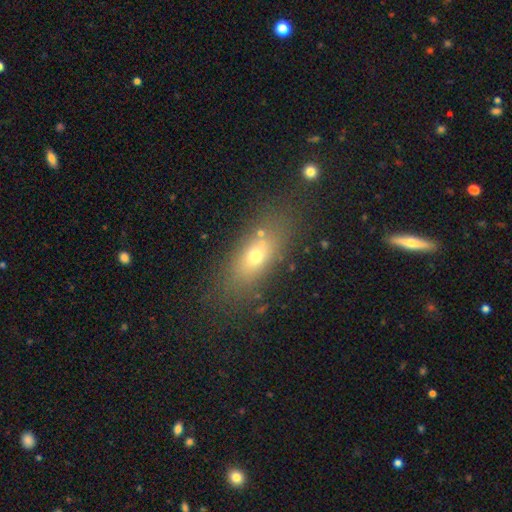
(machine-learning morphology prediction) This appears to be a smooth galaxy with no disk features (63%) that is in between round and cigar-shaped (68%). Merging: none (72%).